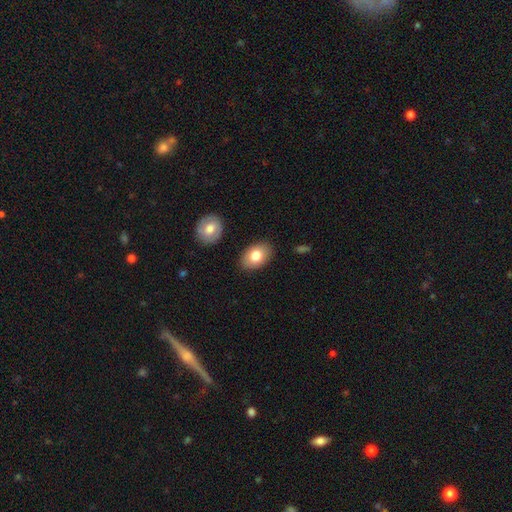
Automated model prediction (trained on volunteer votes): smooth-or-featured: smooth: 78% | featured or disk: 15% | star or artifact: 7%
  how-rounded: in between: 86% | round: 13% | cigar-shaped: 1%
  merging: none: 86% | minor disturbance: 9% | merger: 2% | major disturbance: 2%